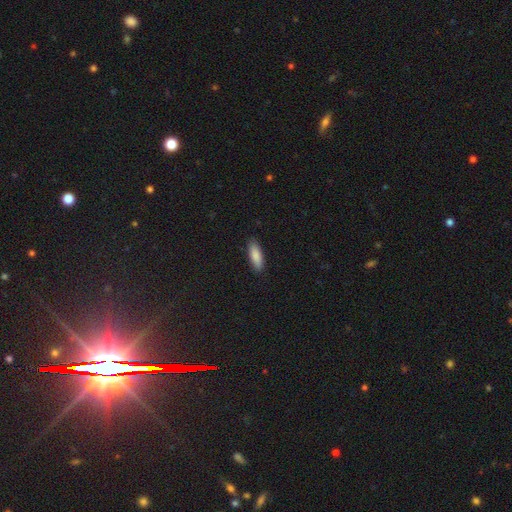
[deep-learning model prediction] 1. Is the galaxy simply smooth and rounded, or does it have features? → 87% smooth, 7% featured or disk, 6% star or artifact.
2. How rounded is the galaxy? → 58% in between, 40% cigar-shaped, 2% round.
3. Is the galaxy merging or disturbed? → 88% none, 9% minor disturbance, 2% major disturbance, 1% merger.